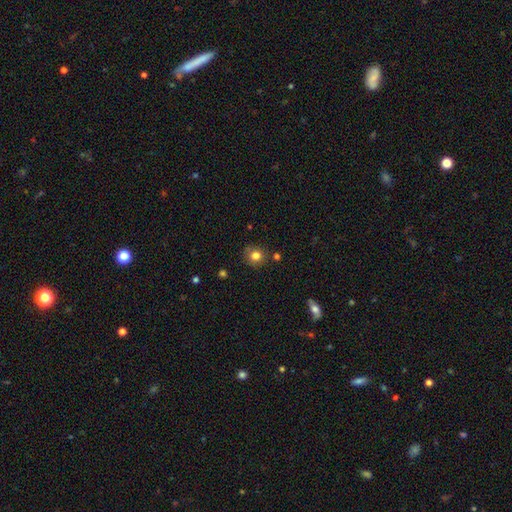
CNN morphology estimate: Smooth or featured? Predicted: smooth (p=0.80). How rounded? Predicted: round (p=0.84). Merging? Predicted: none (p=0.77).